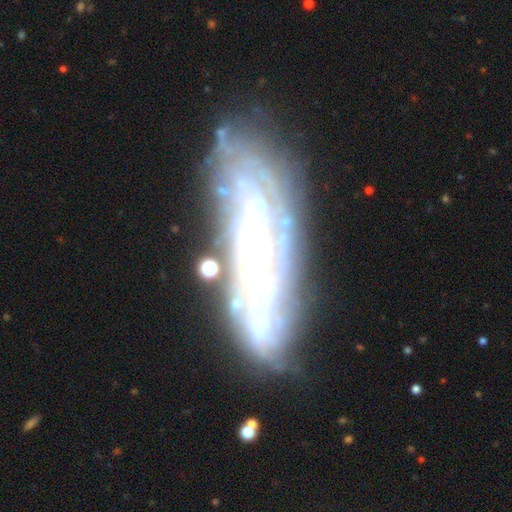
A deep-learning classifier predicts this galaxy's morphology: Smooth or featured? Predicted: featured or disk (p=0.73). Edge-on disk? Predicted: no (p=0.67). Merging? Predicted: none (p=0.63).